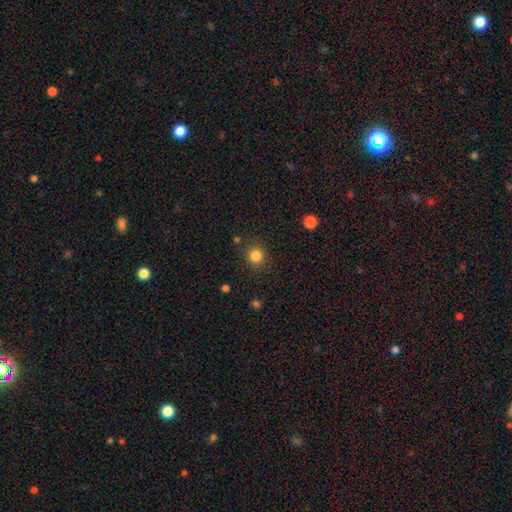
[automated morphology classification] Smooth or featured?
  - smooth: 84% *
  - star or artifact: 12%
  - featured or disk: 5%
How rounded?
  - round: 92% *
  - in between: 7%
  - cigar-shaped: 1%
Merging?
  - none: 87% *
  - minor disturbance: 8%
  - major disturbance: 3%
  - merger: 2%